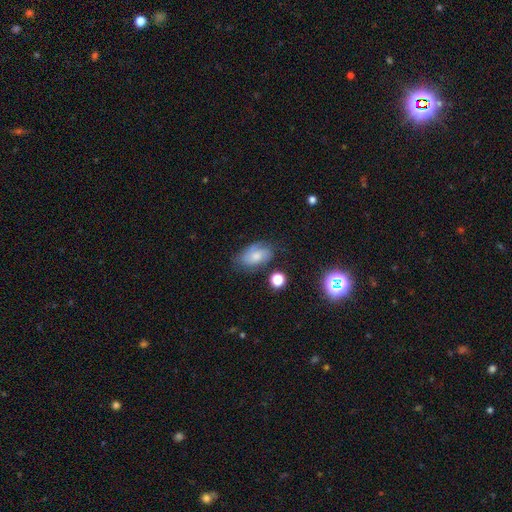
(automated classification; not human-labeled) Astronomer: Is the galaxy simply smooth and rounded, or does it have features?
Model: smooth — 45%, tied with featured or disk at 45%.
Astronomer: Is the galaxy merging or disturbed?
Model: none — 64%.